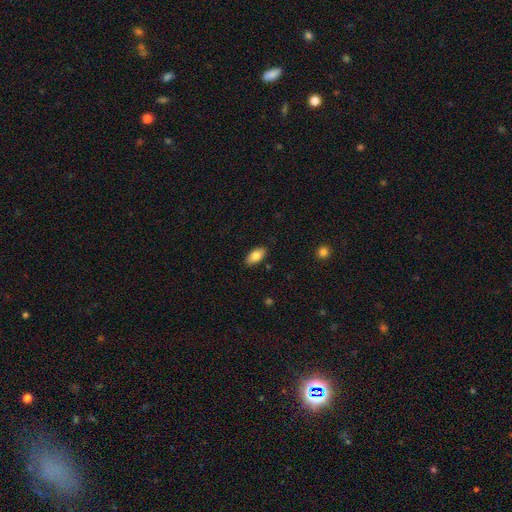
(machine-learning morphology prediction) A smooth galaxy with no disk features (82%) that is in between round and cigar-shaped (93%).

Vote fractions:
- Smooth or featured? smooth: 82% / featured or disk: 11% / star or artifact: 7%
- How rounded? in between: 93% / round: 3% / cigar-shaped: 3%
- Merging? none: 87% / minor disturbance: 10% / major disturbance: 2% / merger: 1%